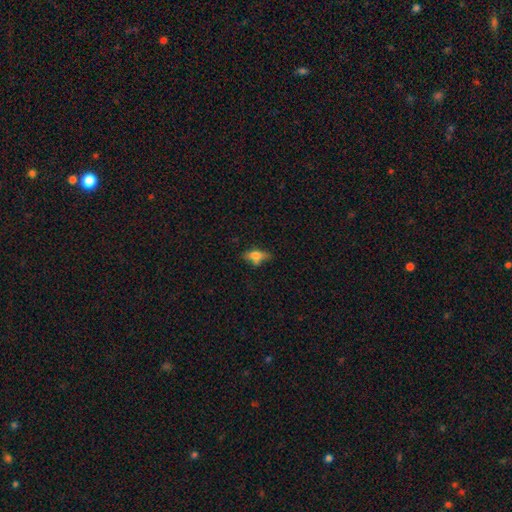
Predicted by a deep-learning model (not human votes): smooth_or_featured: smooth (p=0.65) [alt: featured or disk p=0.24]
how_rounded: in between (p=0.76) [alt: cigar-shaped p=0.17]
merging: none (p=0.55) [alt: minor disturbance p=0.28]